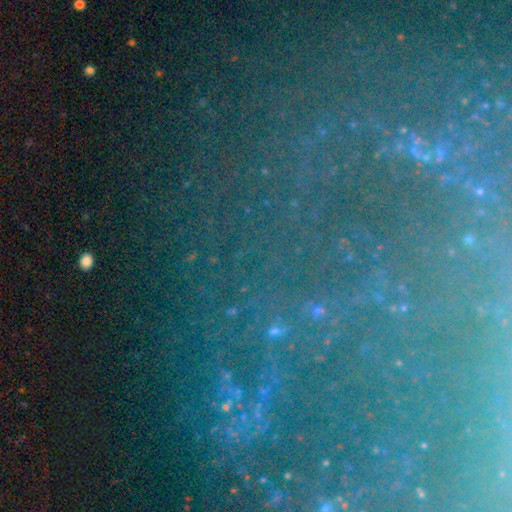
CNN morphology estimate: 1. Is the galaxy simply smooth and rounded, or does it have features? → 75% star or artifact, 14% featured or disk, 11% smooth.